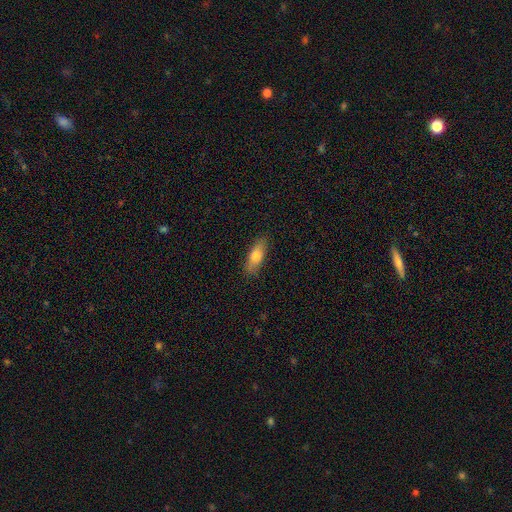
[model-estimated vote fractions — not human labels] Smooth or featured: smooth — 73% (featured or disk — 20%)
How rounded: in between — 59% (cigar-shaped — 38%)
Merging: none — 86% (minor disturbance — 11%)